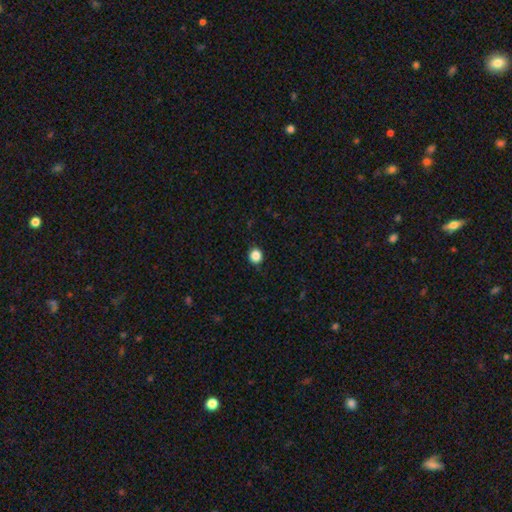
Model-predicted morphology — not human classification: smooth-or-featured: smooth: 86% | star or artifact: 11% | featured or disk: 3%
  how-rounded: round: 88% | in between: 11% | cigar-shaped: 1%
  merging: none: 90% | minor disturbance: 7% | major disturbance: 2% | merger: 1%